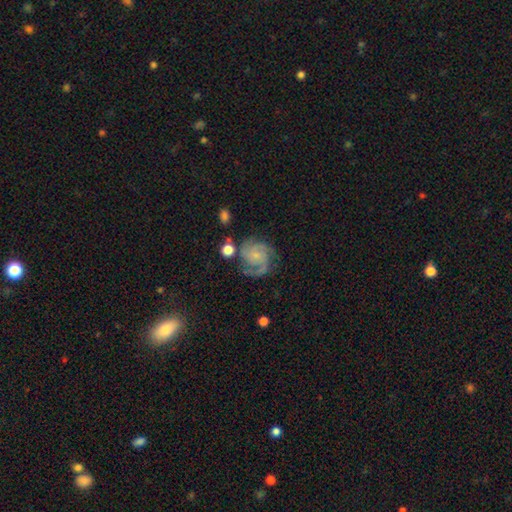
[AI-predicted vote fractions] featured or disk 83%, smooth 11%, star or artifact 6%. Down the decision tree: edge-on disk — no (98%); bar — no (70%); spiral arms — yes (97%); spiral arm count — 3 (35%, tied with 2); spiral winding — tight (46%); bulge size — small (70%); merging — none (64%).